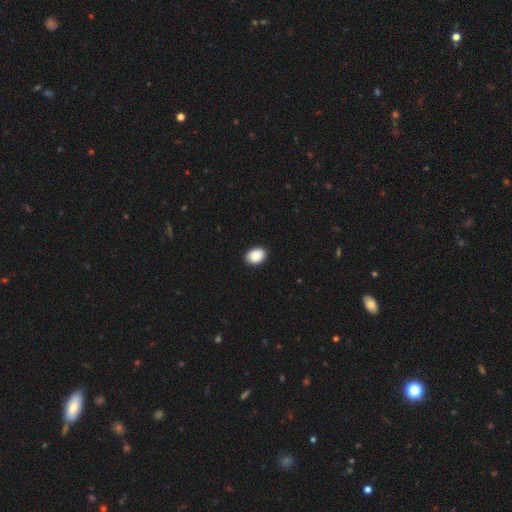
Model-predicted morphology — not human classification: The model was most divided on "how rounded": in between: 80%, round: 19%, cigar-shaped: 1%. More confident: merging — none (90%); smooth or featured — smooth (90%).